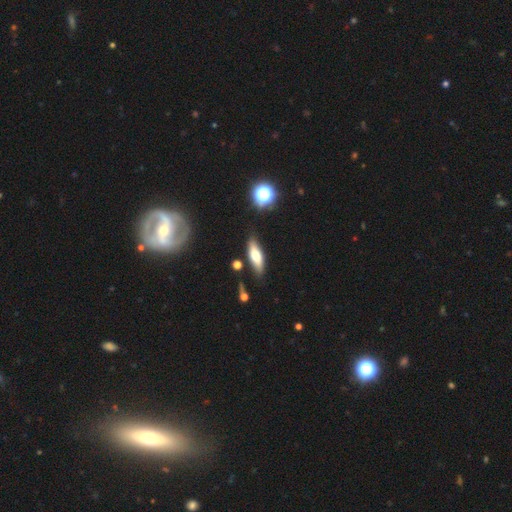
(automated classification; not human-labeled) Overall: smooth (60%; featured or disk 32%). How rounded: in between (54%; cigar-shaped 43%). Merging: none (79%).